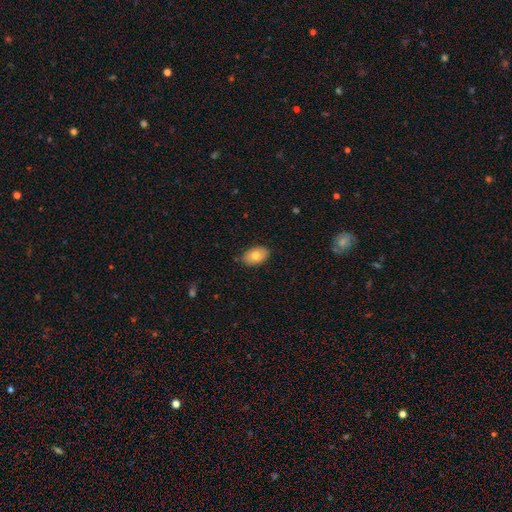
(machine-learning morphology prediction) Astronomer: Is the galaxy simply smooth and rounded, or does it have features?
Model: smooth — 77%.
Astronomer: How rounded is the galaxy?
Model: in between — 91%.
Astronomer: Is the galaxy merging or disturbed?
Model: none — 84%.